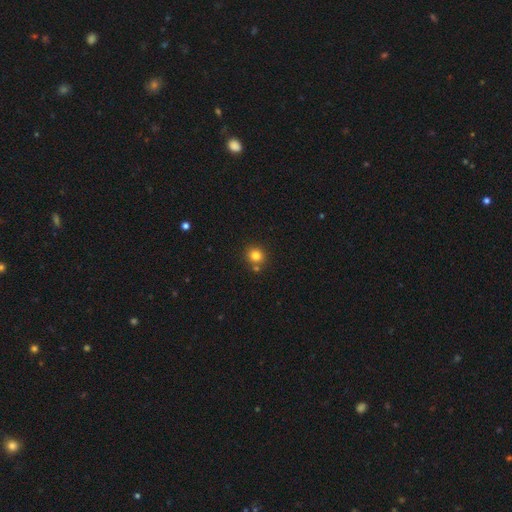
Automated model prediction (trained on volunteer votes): Overall: smooth (82%). How rounded: round (86%). Merging: none (75%).